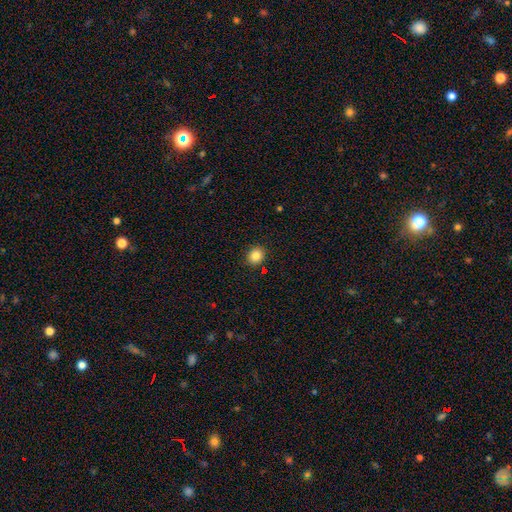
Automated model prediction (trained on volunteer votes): The model was most divided on "how rounded": round: 74%, in between: 25%, cigar-shaped: 1%. More confident: merging — none (89%); smooth or featured — smooth (85%).